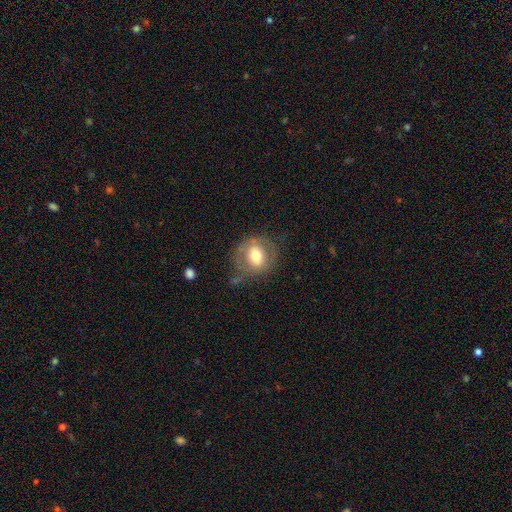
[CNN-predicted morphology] Smooth or featured: smooth — 60% (featured or disk — 32%)
How rounded: round — 73% (in between — 26%)
Merging: none — 64% (minor disturbance — 21%)